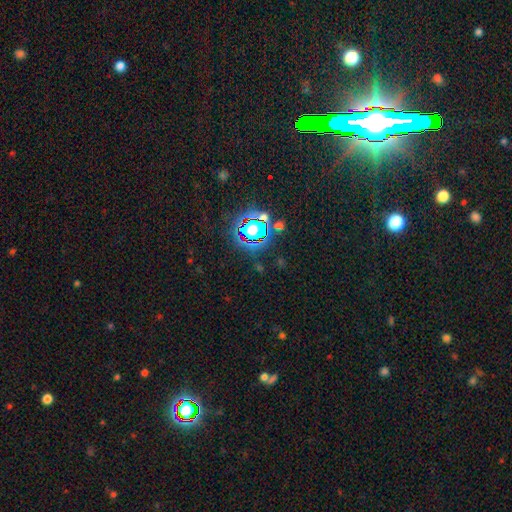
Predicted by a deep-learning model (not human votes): smooth-or-featured: star or artifact: 82% | smooth: 10% | featured or disk: 8%